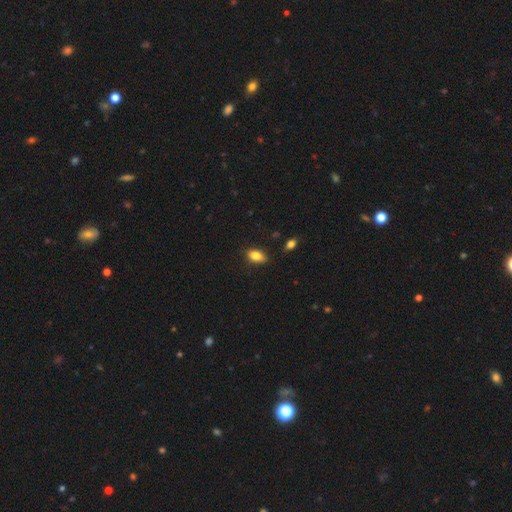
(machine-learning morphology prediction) This is clearly a smooth galaxy (84%). How rounded: clearly in between (87%). Merging: likely none (77%).